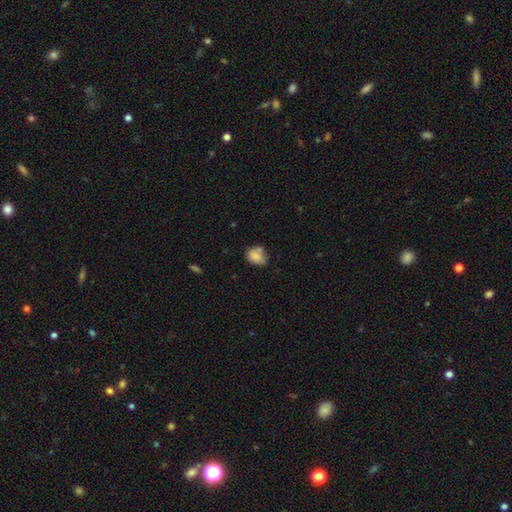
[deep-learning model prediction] smooth-or-featured: smooth: 78% | featured or disk: 13% | star or artifact: 9%
  how-rounded: in between: 65% | round: 34% | cigar-shaped: 1%
  merging: none: 46% | minor disturbance: 27% | merger: 18% | major disturbance: 9%